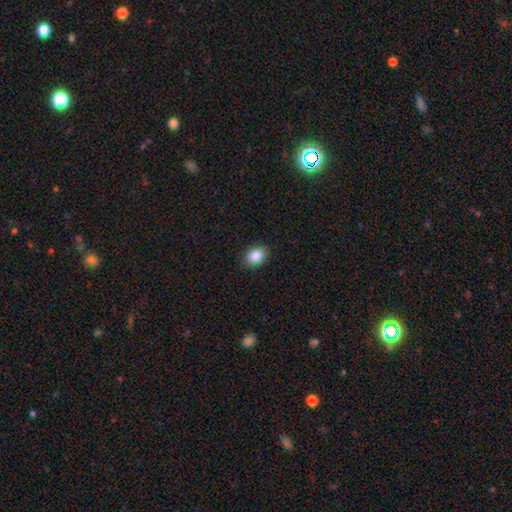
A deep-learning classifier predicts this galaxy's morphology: smooth_or_featured: smooth (p=0.88) [alt: star or artifact p=0.08]
how_rounded: in between (p=0.77) [alt: round p=0.22]
merging: none (p=0.88) [alt: minor disturbance p=0.09]